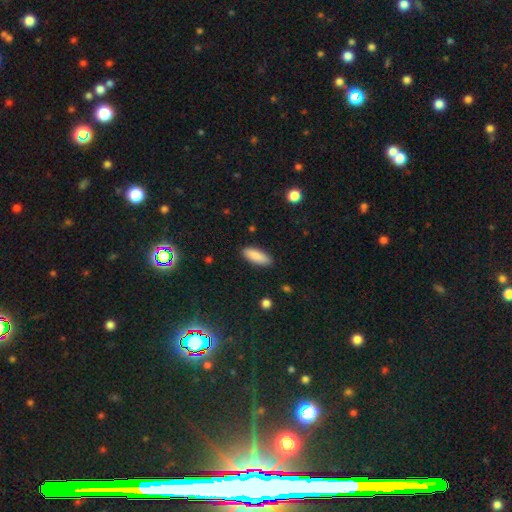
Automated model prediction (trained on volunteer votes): Morphology: type=smooth (89%); roundness=in between (67%); merging=none (88%).